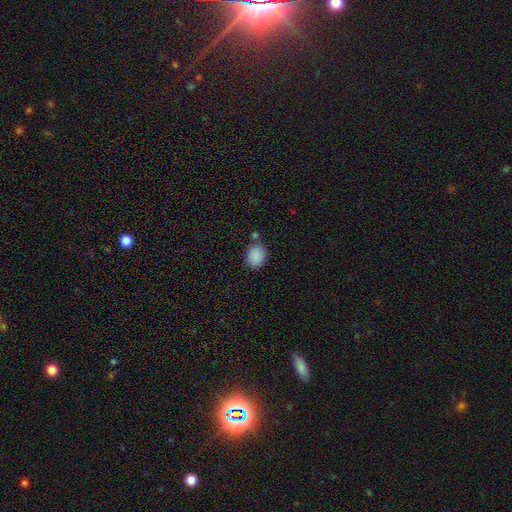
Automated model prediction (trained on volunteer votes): Smooth or featured: smooth — 88% (star or artifact — 9%)
How rounded: in between — 60% (round — 38%)
Merging: none — 69% (minor disturbance — 15%)